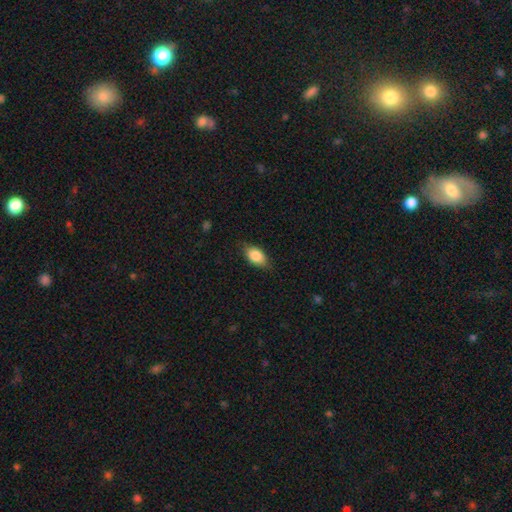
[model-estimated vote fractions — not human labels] smooth-or-featured: smooth: 84% | featured or disk: 9% | star or artifact: 7%
  how-rounded: in between: 88% | round: 8% | cigar-shaped: 3%
  merging: none: 78% | minor disturbance: 17% | major disturbance: 3% | merger: 1%